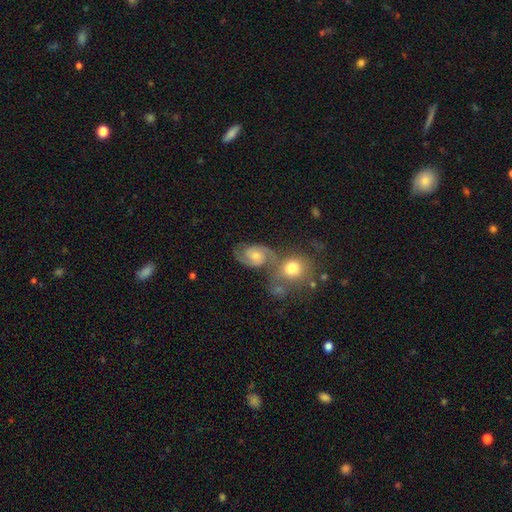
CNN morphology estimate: A featured or disk galaxy (77%) with no bar (65%), 2 (90%) medium (55%) spiral arms (95%) and a moderate central bulge (44%).

Vote fractions:
- Smooth or featured? featured or disk: 77% / smooth: 16% / star or artifact: 7%
- Edge-on disk? no: 98% / yes: 2%
- Bar? no: 65% / weak: 30% / strong: 5%
- Spiral arms? yes: 95% / no: 5%
- Spiral winding? medium: 55% / tight: 29% / loose: 16%
- Spiral arm count? 2: 90% / can't tell: 4% / 1: 2% / 3: 2% / 4: 1% / more than 4: 1%
- Bulge size? moderate: 44% / small: 42% / large: 6% / none: 6% / dominant: 2%
- Merging? none: 46% / merger: 34% / minor disturbance: 13% / major disturbance: 7%